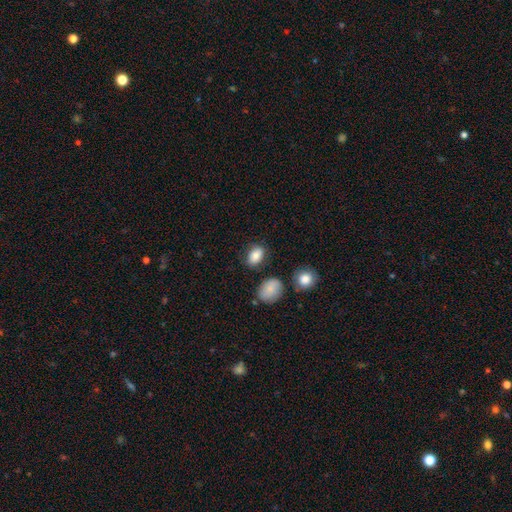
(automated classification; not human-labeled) Morphology: type=smooth (84%); roundness=in between (81%); merging=none (77%).